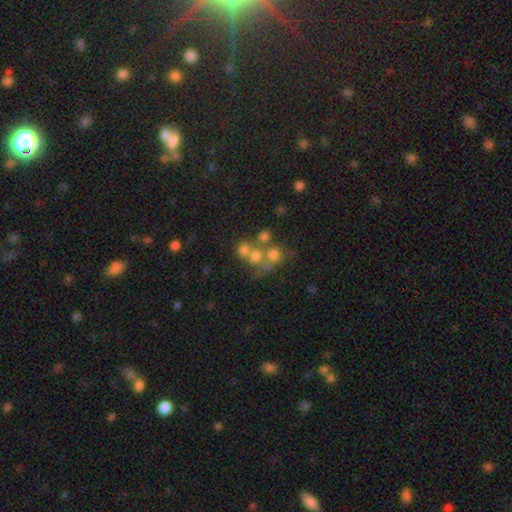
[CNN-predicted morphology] Smooth or featured: smooth — 56% (featured or disk — 24%)
How rounded: round — 79% (in between — 20%)
Merging: merger — 47% (none — 37%)